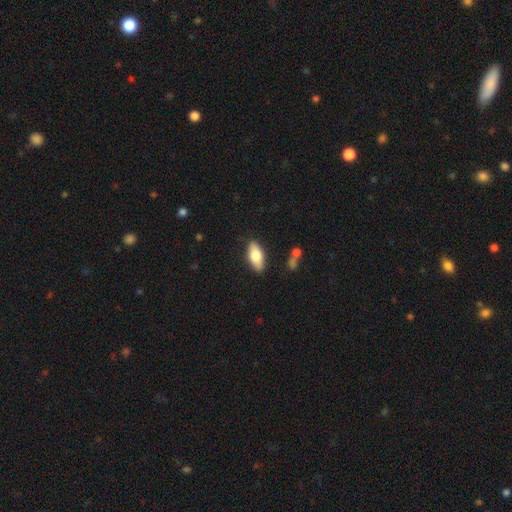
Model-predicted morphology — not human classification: The model was most divided on "smooth or featured": smooth: 71%, featured or disk: 22%, star or artifact: 6%. More confident: merging — none (84%); how rounded — in between (82%).